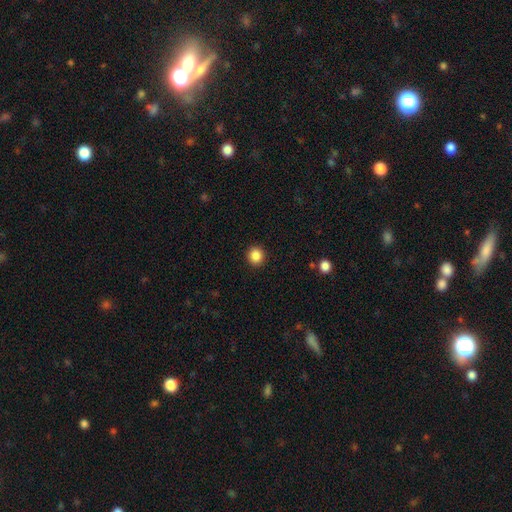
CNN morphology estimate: smooth-or-featured: smooth: 87% | star or artifact: 10% | featured or disk: 3%
  how-rounded: round: 90% | in between: 9% | cigar-shaped: 1%
  merging: none: 92% | minor disturbance: 5% | major disturbance: 2% | merger: 1%